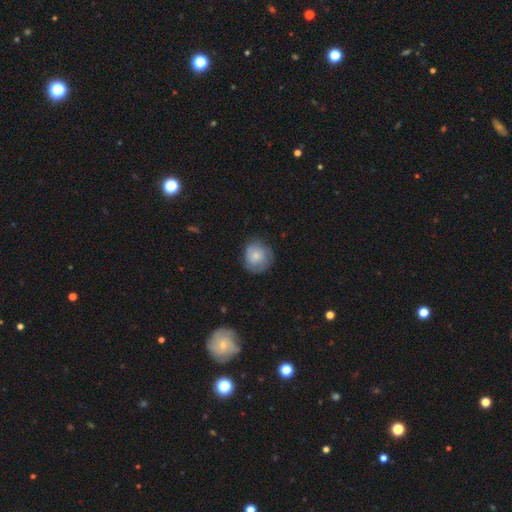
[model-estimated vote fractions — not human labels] Smooth or featured? smooth (62%)
How rounded? round (84%)
Merging? none (72%)